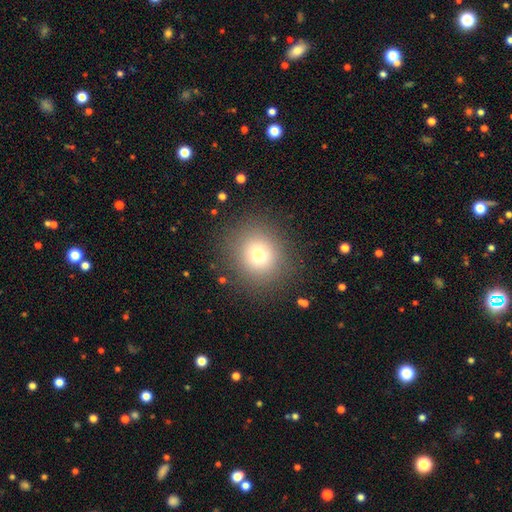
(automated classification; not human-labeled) Smooth or featured? smooth (72%)
How rounded? round (87%)
Merging? none (86%)